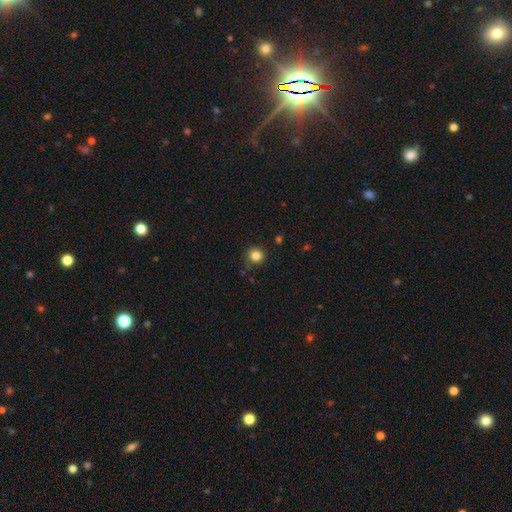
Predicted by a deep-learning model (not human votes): smooth-or-featured: smooth: 84% | star or artifact: 12% | featured or disk: 4%
  how-rounded: round: 93% | in between: 6% | cigar-shaped: 1%
  merging: none: 85% | minor disturbance: 10% | major disturbance: 3% | merger: 2%